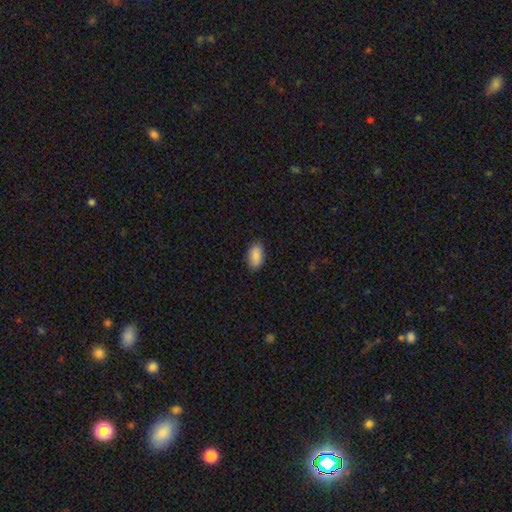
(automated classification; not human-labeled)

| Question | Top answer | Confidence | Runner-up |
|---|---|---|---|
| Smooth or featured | smooth | 89% | star or artifact (6%) |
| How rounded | in between | 93% | round (5%) |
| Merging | none | 85% | minor disturbance (12%) |